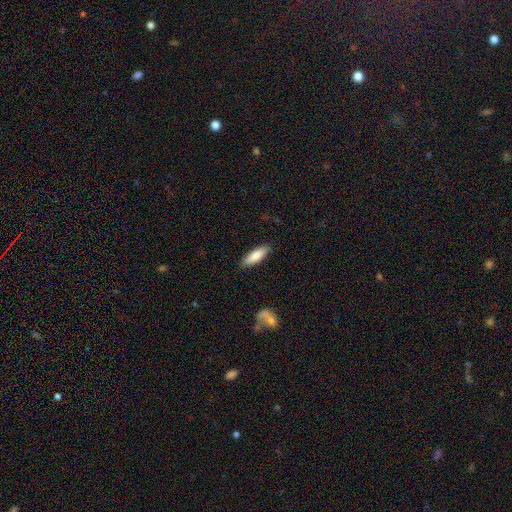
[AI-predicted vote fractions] Smooth or featured? Predicted: smooth (p=0.81). How rounded? Predicted: in between (p=0.51). Merging? Predicted: none (p=0.86).